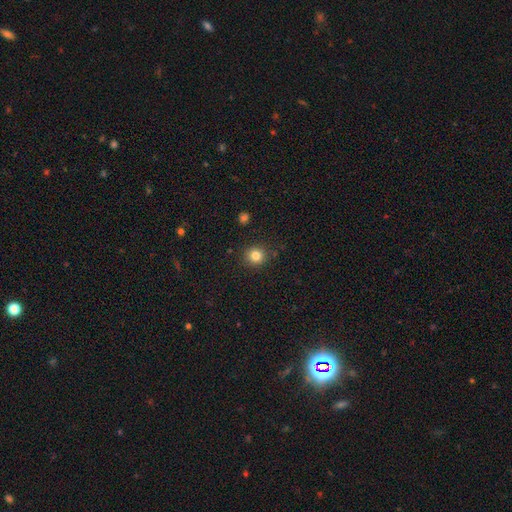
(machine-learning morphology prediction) A smooth galaxy with no disk features (82%) that is round (91%).

Vote fractions:
- Smooth or featured? smooth: 82% / star or artifact: 12% / featured or disk: 6%
- How rounded? round: 91% / in between: 8% / cigar-shaped: 1%
- Merging? none: 89% / minor disturbance: 7% / major disturbance: 2% / merger: 2%